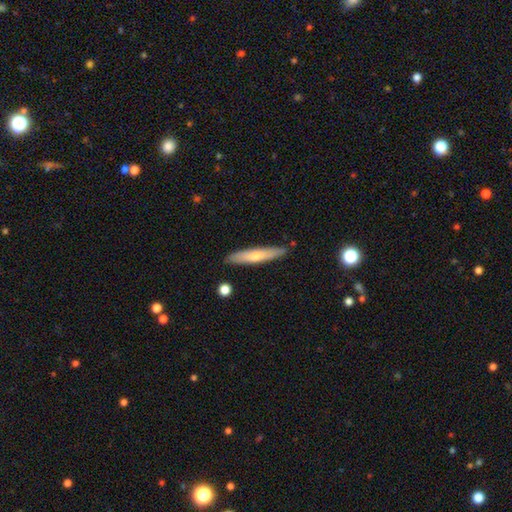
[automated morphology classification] A smooth galaxy with no disk features (58%) that is cigar-shaped (90%).

Vote fractions:
- Smooth or featured? smooth: 58% / featured or disk: 37% / star or artifact: 6%
- How rounded? cigar-shaped: 90% / in between: 8% / round: 1%
- Merging? none: 87% / minor disturbance: 10% / merger: 2% / major disturbance: 2%